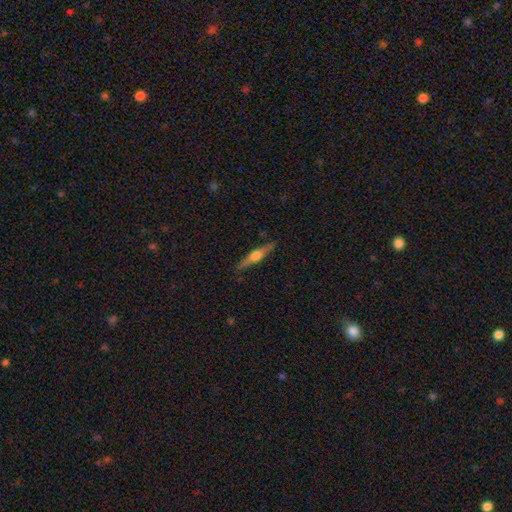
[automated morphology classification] smooth-or-featured: featured or disk: 74% | smooth: 20% | star or artifact: 6%
  disk-edge-on: yes: 98% | no: 2%
    edge-on-bulge: rounded: 93% | boxy: 5% | none: 2%
  merging: none: 89% | minor disturbance: 8% | major disturbance: 2% | merger: 1%